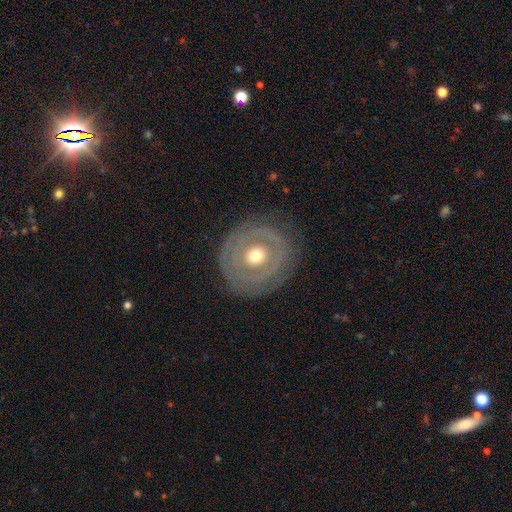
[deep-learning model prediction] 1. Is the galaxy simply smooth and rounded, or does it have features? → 59% featured or disk, 35% smooth, 6% star or artifact.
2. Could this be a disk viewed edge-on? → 95% no, 5% yes.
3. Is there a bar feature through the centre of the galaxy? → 89% no, 8% weak, 3% strong.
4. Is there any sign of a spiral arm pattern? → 75% no, 25% yes.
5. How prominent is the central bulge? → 68% moderate, 22% small, 7% large, 1% dominant, 1% none.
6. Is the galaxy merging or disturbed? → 79% none, 13% minor disturbance, 7% major disturbance, 1% merger.